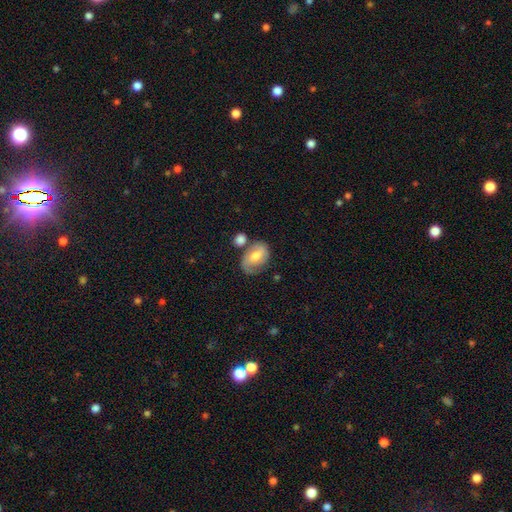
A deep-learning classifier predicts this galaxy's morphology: Smooth or featured?
  - featured or disk: 54% *
  - smooth: 38%
  - star or artifact: 8%
Edge-on disk?
  - no: 96% *
  - yes: 4%
Bar?
  - weak: 46% *
  - no: 37%
  - strong: 17%
Spiral arms?
  - yes: 81% *
  - no: 19%
Bulge size?
  - moderate: 58% *
  - small: 26%
  - large: 10%
  - none: 4%
  - dominant: 2%
Merging?
  - none: 52% *
  - minor disturbance: 22%
  - merger: 16%
  - major disturbance: 10%